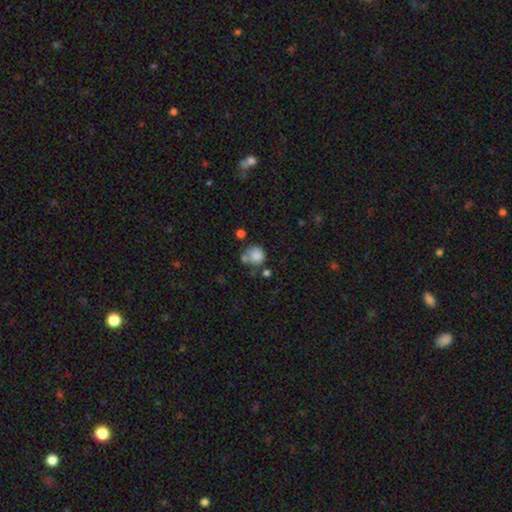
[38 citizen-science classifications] smooth-or-featured: smooth: 89% | featured or disk: 8% | star or artifact: 3%
  how-rounded: round: 94% | in between: 6% | cigar-shaped: 0%
  merging: merger: 43% | none: 38% | minor disturbance: 16% | major disturbance: 3%